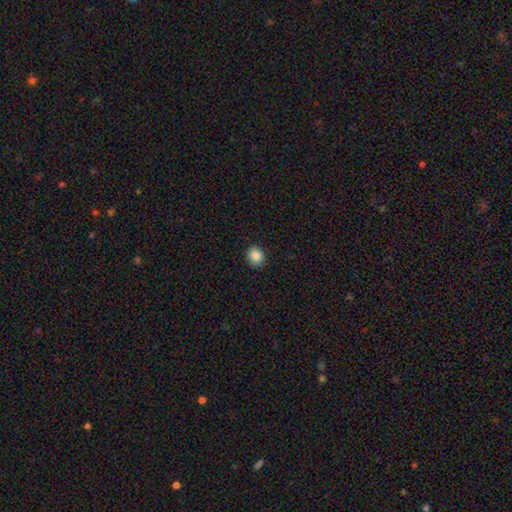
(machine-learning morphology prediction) smooth-or-featured: smooth: 87% | star or artifact: 10% | featured or disk: 4%
  how-rounded: round: 79% | in between: 20% | cigar-shaped: 1%
  merging: none: 88% | minor disturbance: 9% | major disturbance: 2% | merger: 1%